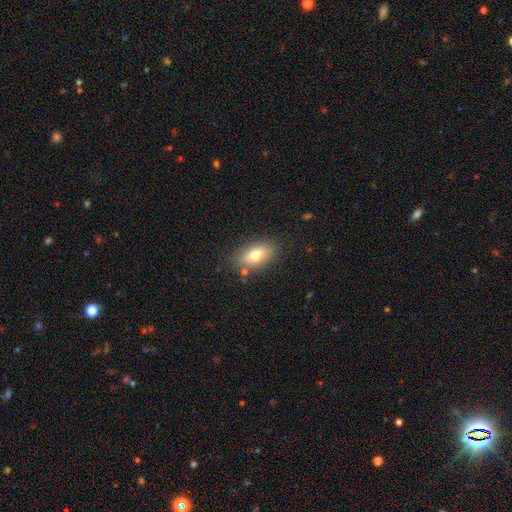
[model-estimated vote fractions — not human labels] This appears to be a smooth galaxy with no disk features (71%) that is in between round and cigar-shaped (84%). Merging: none (80%).